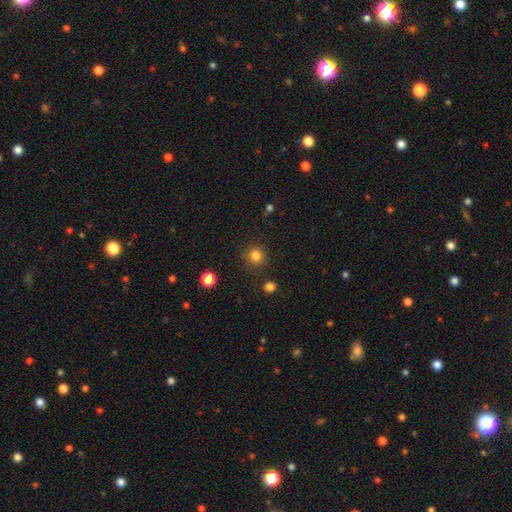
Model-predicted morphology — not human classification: Smooth or featured?
  - smooth: 82% *
  - star or artifact: 13%
  - featured or disk: 5%
How rounded?
  - round: 93% *
  - in between: 6%
  - cigar-shaped: 1%
Merging?
  - none: 88% *
  - minor disturbance: 7%
  - major disturbance: 3%
  - merger: 2%